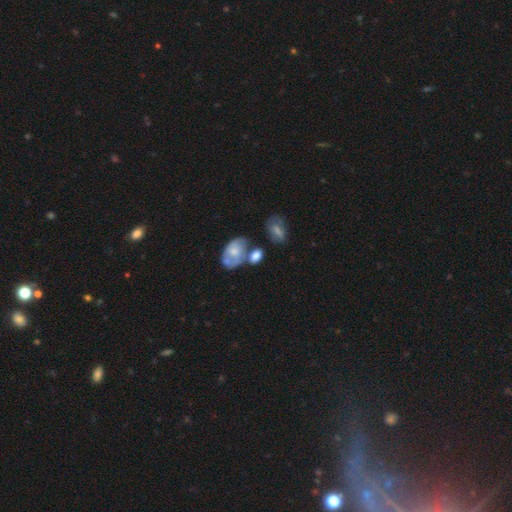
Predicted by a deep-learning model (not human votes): Overall: smooth (59%; featured or disk 32%). How rounded: in between (79%). Merging: none (38%; merger 32%).